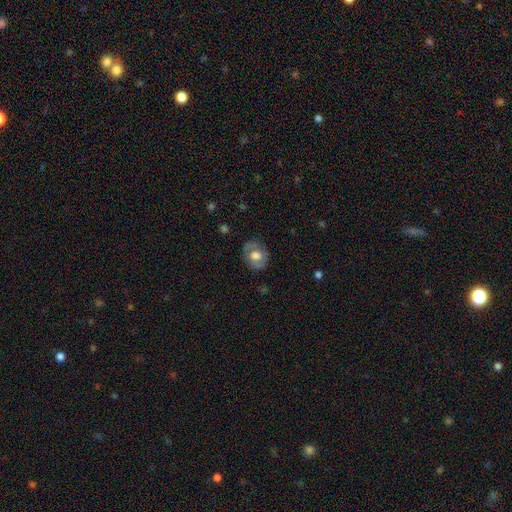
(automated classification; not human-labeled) Smooth or featured: smooth — 48% (featured or disk — 45%)
Merging: none — 77% (minor disturbance — 16%)